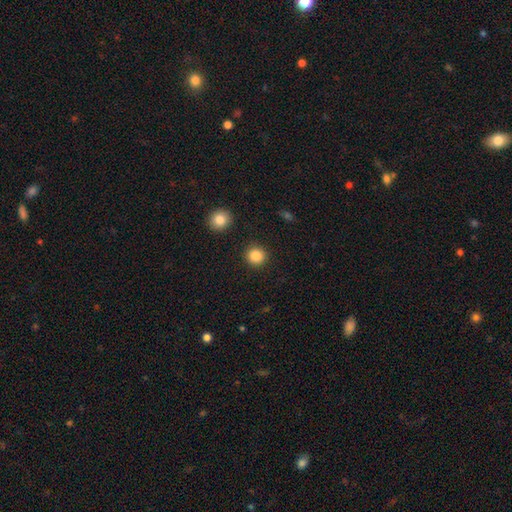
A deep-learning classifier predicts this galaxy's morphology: Smooth or featured?
  - smooth: 86% *
  - star or artifact: 10%
  - featured or disk: 4%
How rounded?
  - round: 93% *
  - in between: 6%
  - cigar-shaped: 1%
Merging?
  - none: 92% *
  - minor disturbance: 5%
  - major disturbance: 2%
  - merger: 2%